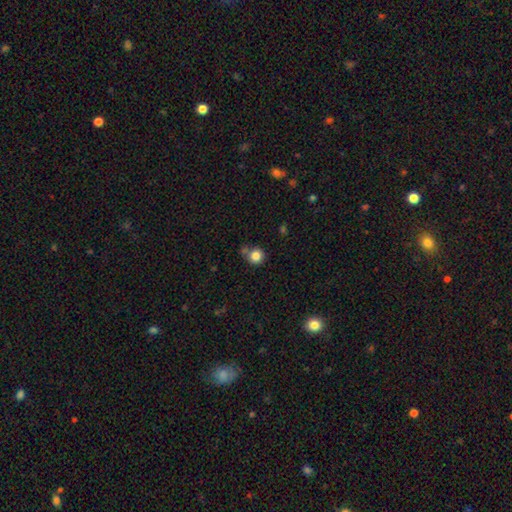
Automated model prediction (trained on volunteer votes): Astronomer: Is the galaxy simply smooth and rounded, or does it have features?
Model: smooth — 83%.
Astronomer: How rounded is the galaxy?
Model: round — 92%.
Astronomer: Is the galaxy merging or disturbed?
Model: none — 67%.